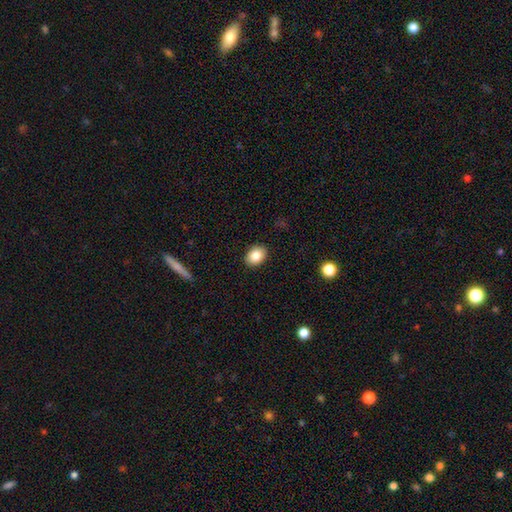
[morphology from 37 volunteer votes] Q: Smooth or featured?
A: smooth (89%); runner-up: featured or disk (8%)
Q: How rounded?
A: in between (67%); runner-up: round (33%)
Q: Merging?
A: none (94%); runner-up: major disturbance (3%)